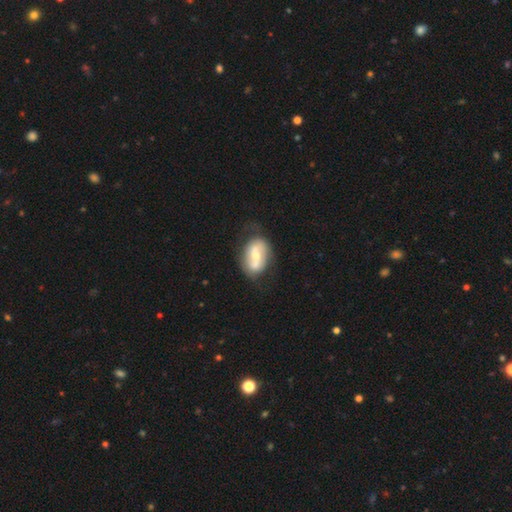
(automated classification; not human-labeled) Overall: featured or disk (59%; smooth 34%). Edge-on disk: no (94%). Bar: weak (34%; no 33%). Spiral arms: yes (55%; no 45%). Bulge size: moderate (59%; small 35%). Merging: none (61%).